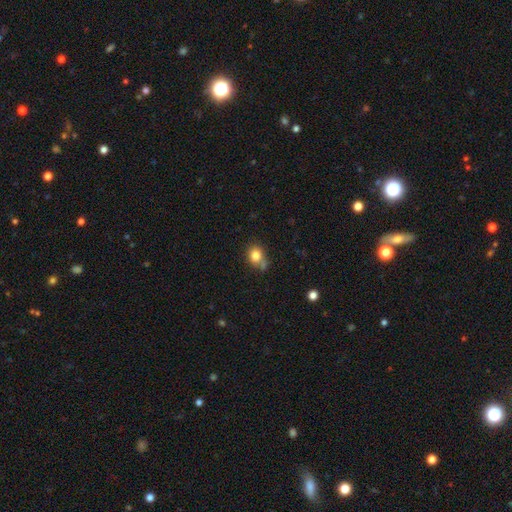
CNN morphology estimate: smooth 81%, star or artifact 11%, featured or disk 9%. Down the decision tree: how rounded — round (67%); merging — none (57%).